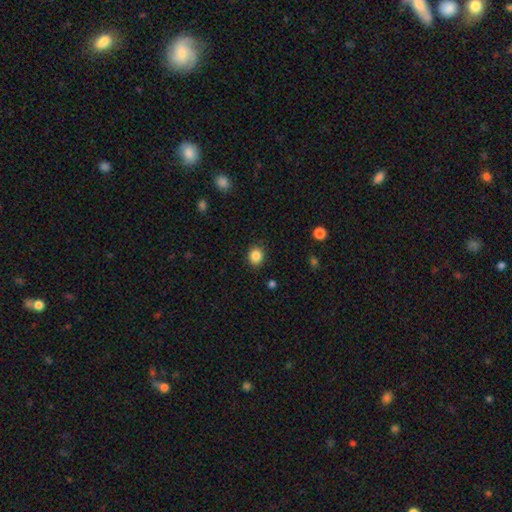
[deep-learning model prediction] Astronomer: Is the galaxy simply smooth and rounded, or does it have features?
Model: smooth — 86%.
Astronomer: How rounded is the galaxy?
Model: round — 71%.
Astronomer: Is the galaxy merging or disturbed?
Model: none — 88%.